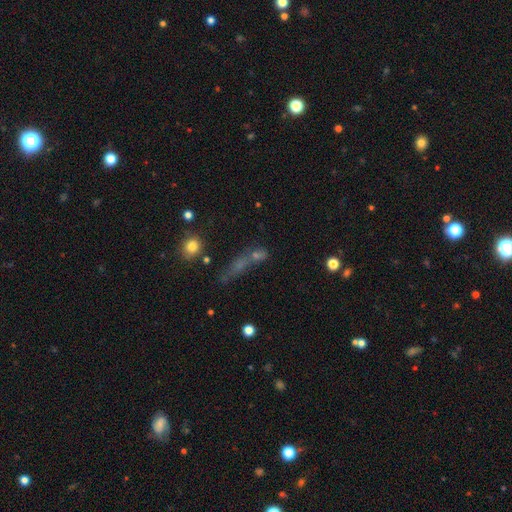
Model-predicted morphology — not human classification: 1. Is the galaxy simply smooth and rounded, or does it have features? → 49% smooth, 28% star or artifact, 23% featured or disk.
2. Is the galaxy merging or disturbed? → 45% none, 30% merger, 13% minor disturbance, 12% major disturbance.